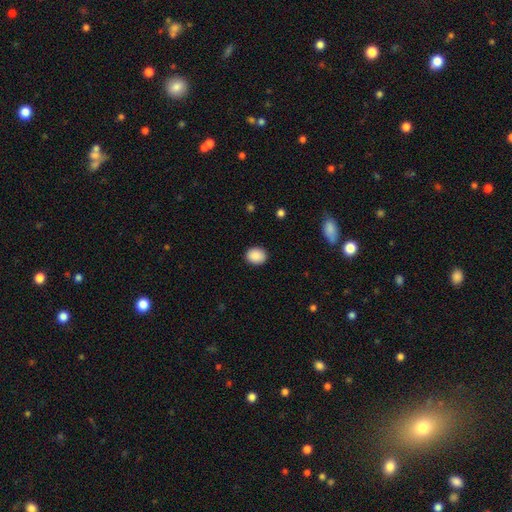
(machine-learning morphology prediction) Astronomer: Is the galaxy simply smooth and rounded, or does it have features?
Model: smooth — 89%.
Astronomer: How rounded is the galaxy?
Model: round — 56% (runner-up: in between, 43%).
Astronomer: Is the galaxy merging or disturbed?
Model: none — 89%.